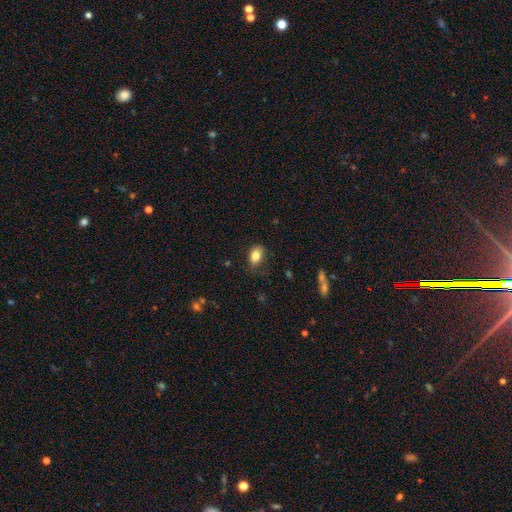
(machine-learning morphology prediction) Smooth or featured?
  - smooth: 83% *
  - star or artifact: 9%
  - featured or disk: 8%
How rounded?
  - in between: 81% *
  - round: 17%
  - cigar-shaped: 1%
Merging?
  - none: 72% *
  - minor disturbance: 21%
  - major disturbance: 6%
  - merger: 1%